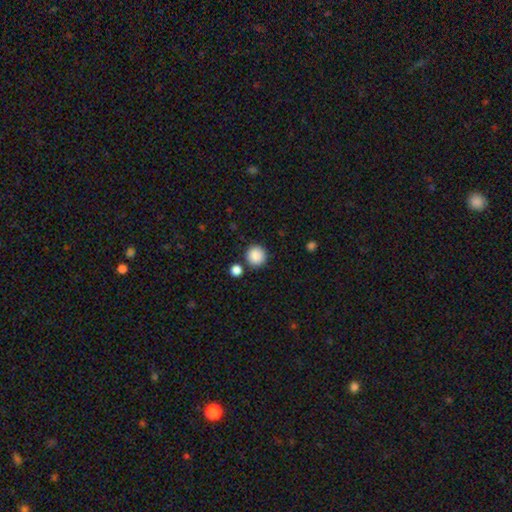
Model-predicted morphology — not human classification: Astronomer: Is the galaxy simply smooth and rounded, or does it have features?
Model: smooth — 88%.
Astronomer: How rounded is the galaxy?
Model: round — 94%.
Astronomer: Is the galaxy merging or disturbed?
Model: none — 85%.